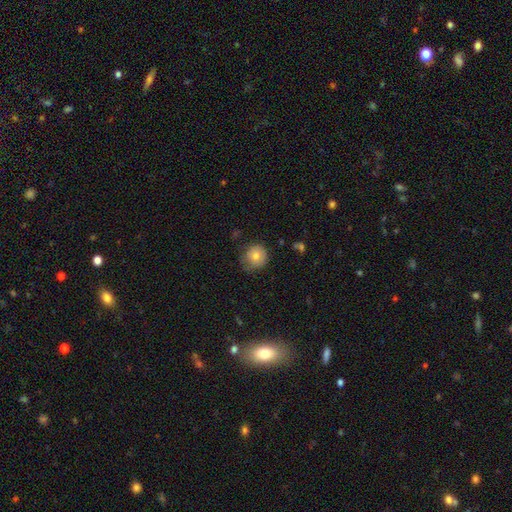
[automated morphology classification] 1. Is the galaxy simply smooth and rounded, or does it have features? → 78% smooth, 13% featured or disk, 9% star or artifact.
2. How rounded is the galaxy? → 89% round, 10% in between, 1% cigar-shaped.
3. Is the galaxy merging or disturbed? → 66% none, 26% minor disturbance, 6% major disturbance, 1% merger.